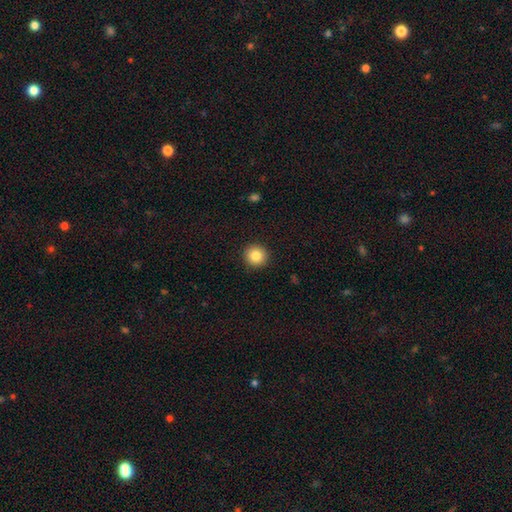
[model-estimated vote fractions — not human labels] Smooth or featured?
  - smooth: 84% *
  - star or artifact: 9%
  - featured or disk: 6%
How rounded?
  - round: 95% *
  - in between: 4%
  - cigar-shaped: 1%
Merging?
  - none: 92% *
  - minor disturbance: 5%
  - major disturbance: 2%
  - merger: 1%